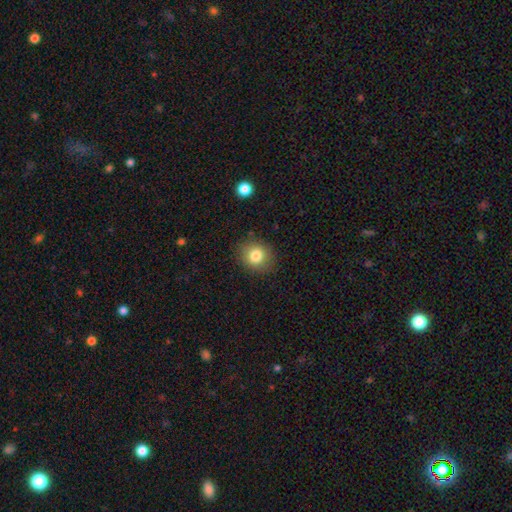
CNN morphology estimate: The model was most divided on "how rounded": round: 76%, in between: 23%, cigar-shaped: 1%. More confident: merging — none (87%); smooth or featured — smooth (82%).